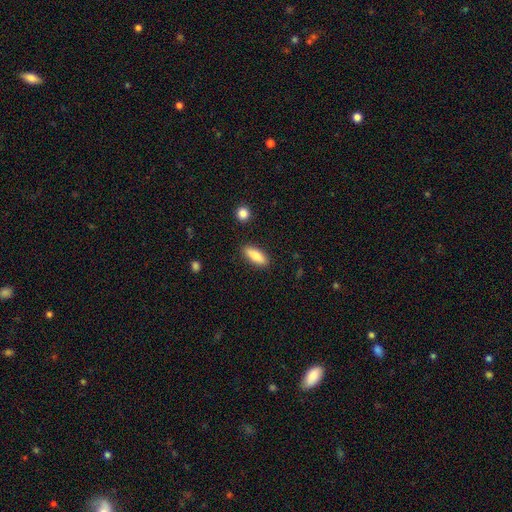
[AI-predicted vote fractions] A smooth galaxy with no disk features (85%) that is in between round and cigar-shaped (66%).

Vote fractions:
- Smooth or featured? smooth: 85% / featured or disk: 8% / star or artifact: 6%
- How rounded? in between: 66% / cigar-shaped: 32% / round: 2%
- Merging? none: 88% / minor disturbance: 9% / major disturbance: 2% / merger: 2%